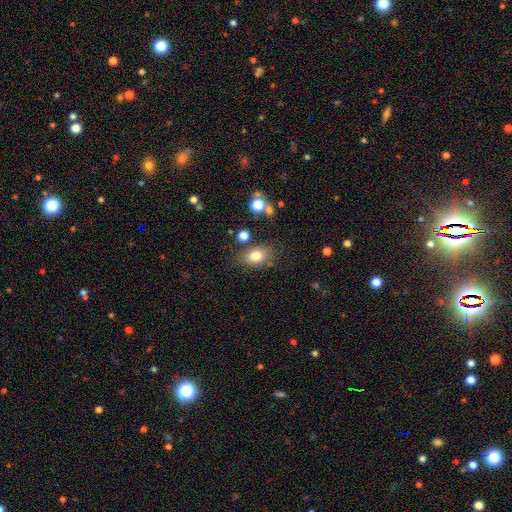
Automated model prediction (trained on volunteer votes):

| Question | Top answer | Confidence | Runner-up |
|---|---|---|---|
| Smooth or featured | smooth | 78% | featured or disk (11%) |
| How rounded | in between | 79% | round (19%) |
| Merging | none | 74% | minor disturbance (15%) |